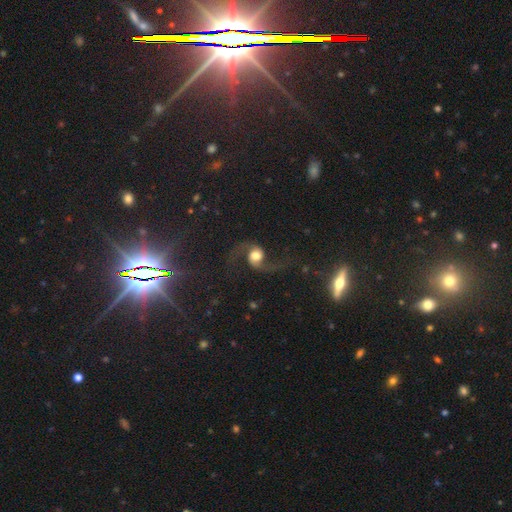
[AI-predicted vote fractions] A featured or disk galaxy (81%) with no bar (64%), 2 (94%) loose (81%) spiral arms (96%) and a large central bulge (43%).

Vote fractions:
- Smooth or featured? featured or disk: 81% / smooth: 11% / star or artifact: 8%
- Edge-on disk? no: 97% / yes: 3%
- Bar? no: 64% / weak: 27% / strong: 9%
- Spiral arms? yes: 96% / no: 4%
- Spiral winding? loose: 81% / medium: 16% / tight: 3%
- Spiral arm count? 2: 94% / 1: 2% / can't tell: 1% / 3: 1% / 4: 1% / more than 4: 1%
- Bulge size? large: 43% / moderate: 38% / dominant: 10% / small: 6% / none: 2%
- Merging? none: 69% / major disturbance: 14% / minor disturbance: 14% / merger: 3%